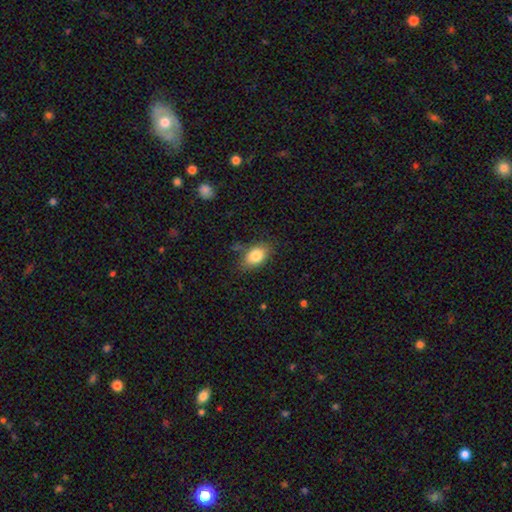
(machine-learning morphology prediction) A smooth galaxy with no disk features (83%) that is in between round and cigar-shaped (85%). Merging: none (74%).